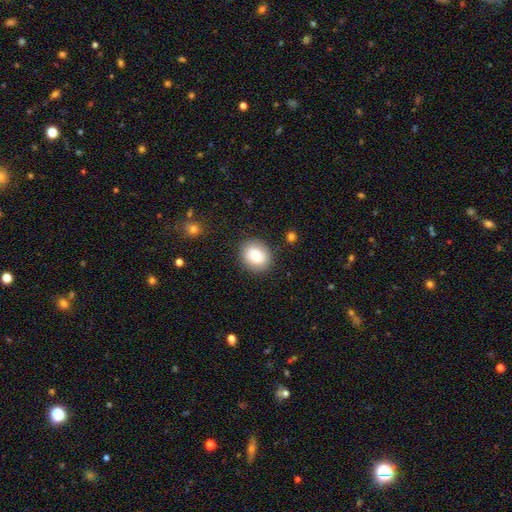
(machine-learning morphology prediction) This is clearly a smooth galaxy (81%). How rounded: likely round (69%). Merging: clearly none (86%).